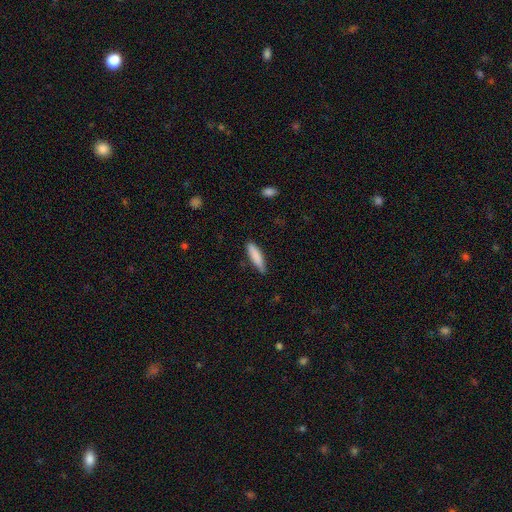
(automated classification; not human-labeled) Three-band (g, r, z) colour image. It shows a smooth galaxy with no disk features (84%) that is cigar-shaped (75%). Merging: none (78%).